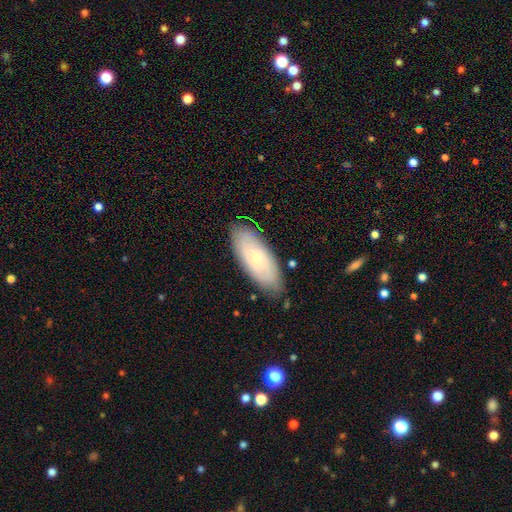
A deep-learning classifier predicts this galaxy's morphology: Smooth or featured?
  - smooth: 56% *
  - featured or disk: 32%
  - star or artifact: 12%
How rounded?
  - in between: 76% *
  - cigar-shaped: 22%
  - round: 2%
Merging?
  - none: 85% *
  - minor disturbance: 12%
  - major disturbance: 2%
  - merger: 1%